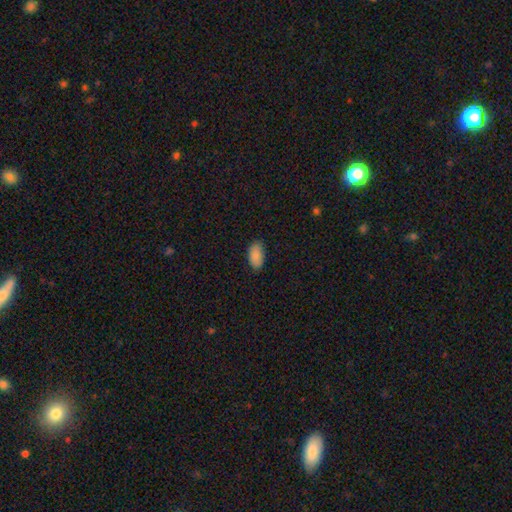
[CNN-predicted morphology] Smooth or featured? smooth (89%)
How rounded? in between (94%)
Merging? none (85%)